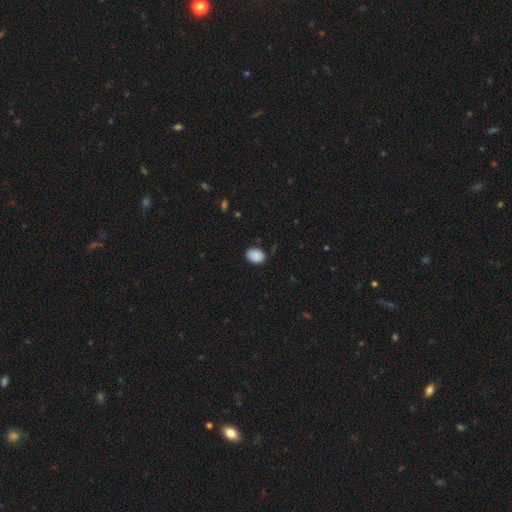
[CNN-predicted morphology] smooth-or-featured: smooth: 90% | star or artifact: 7% | featured or disk: 3%
  how-rounded: in between: 79% | round: 20% | cigar-shaped: 1%
  merging: none: 82% | minor disturbance: 14% | major disturbance: 2% | merger: 1%